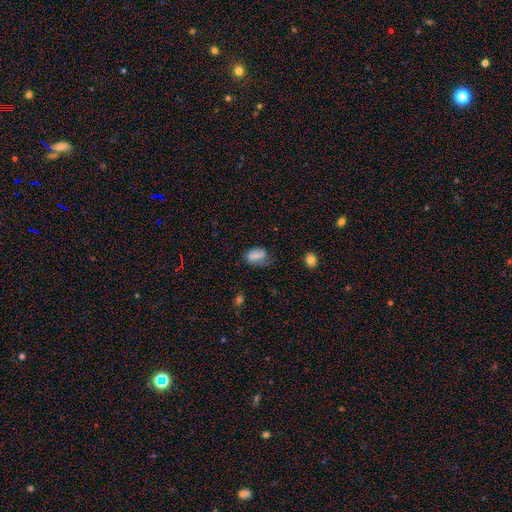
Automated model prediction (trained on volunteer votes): Morphology: type=smooth (73%); roundness=in between (83%); merging=none (50%).